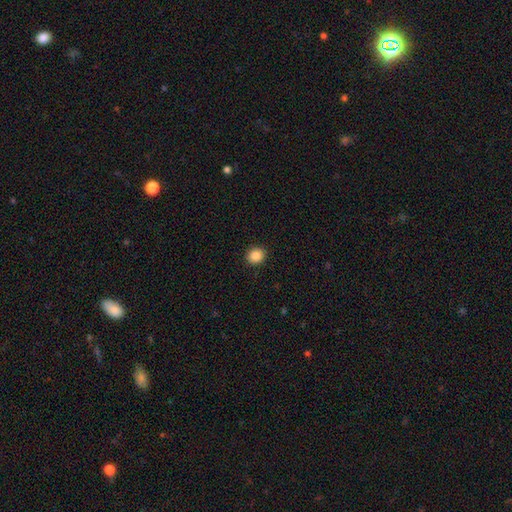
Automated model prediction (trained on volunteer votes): The model was most divided on "how rounded": round: 66%, in between: 33%, cigar-shaped: 1%. More confident: merging — none (91%); smooth or featured — smooth (88%).